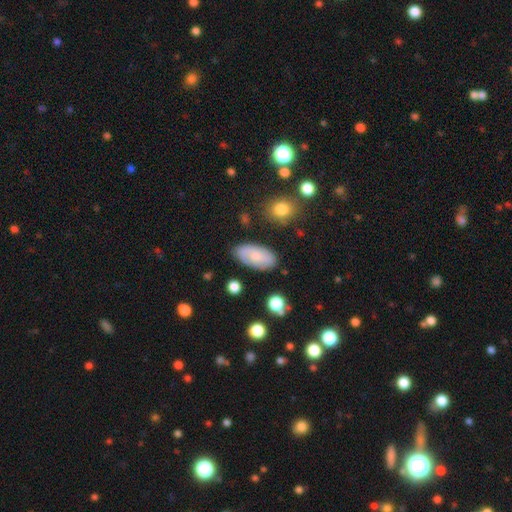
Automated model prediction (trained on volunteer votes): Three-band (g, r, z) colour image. It shows a smooth galaxy with no disk features (62%) that is in between round and cigar-shaped (93%). Merging: none (78%).